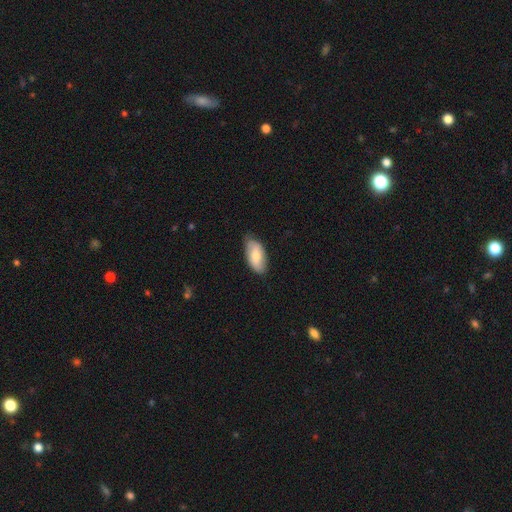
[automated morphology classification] smooth 72%, featured or disk 22%, star or artifact 6%. Down the decision tree: how rounded — in between (93%); merging — none (75%).